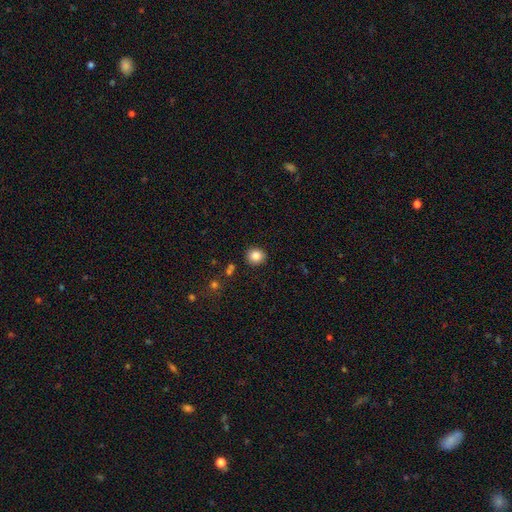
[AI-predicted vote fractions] Smooth or featured? smooth (84%)
How rounded? round (82%)
Merging? none (89%)